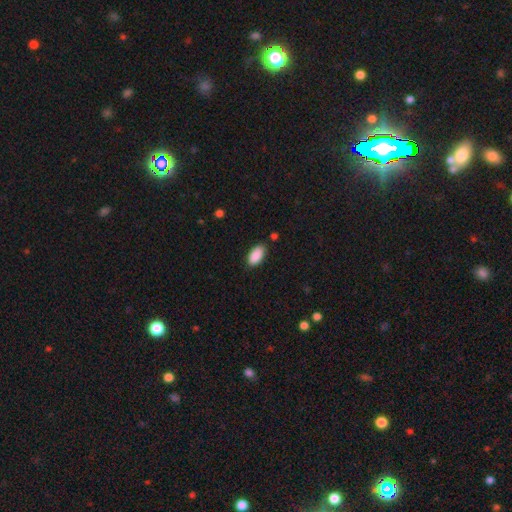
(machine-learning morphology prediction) The model was most divided on "merging": none: 83%, minor disturbance: 13%, major disturbance: 2%, merger: 2%. More confident: how rounded — in between (93%); smooth or featured — smooth (90%).